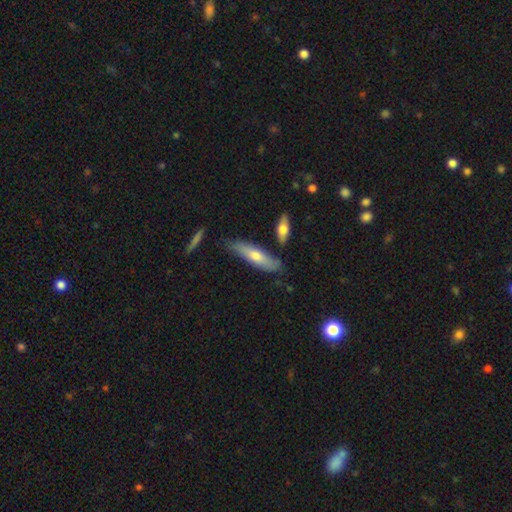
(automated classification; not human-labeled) Smooth or featured: smooth — 62% (featured or disk — 33%)
How rounded: cigar-shaped — 69% (in between — 29%)
Merging: none — 74% (minor disturbance — 16%)